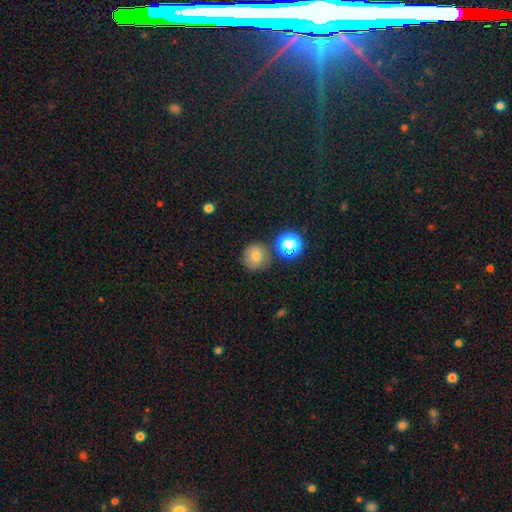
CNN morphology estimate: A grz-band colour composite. It shows a smooth galaxy with no disk features (70%) that is round (92%). Merging: none (80%).